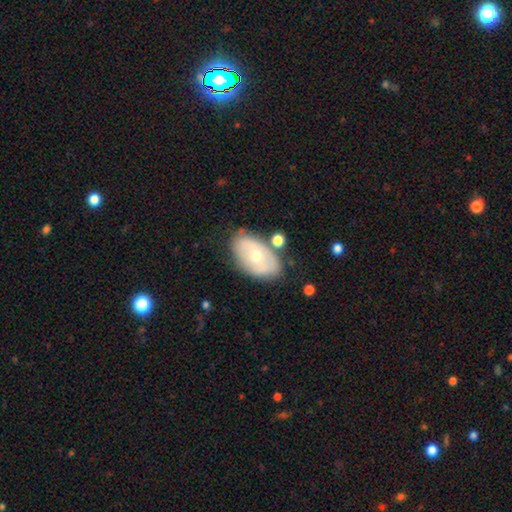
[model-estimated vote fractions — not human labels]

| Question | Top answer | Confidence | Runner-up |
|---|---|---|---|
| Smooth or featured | featured or disk | 50% | smooth (43%) |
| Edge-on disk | no | 91% | yes (9%) |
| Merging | none | 71% | minor disturbance (18%) |